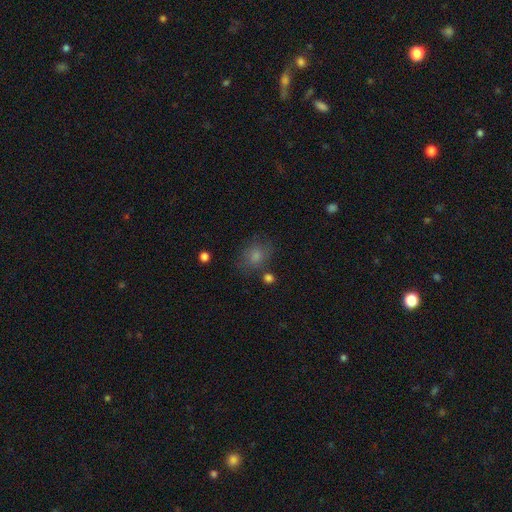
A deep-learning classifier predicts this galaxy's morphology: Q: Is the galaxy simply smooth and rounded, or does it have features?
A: smooth — 62%.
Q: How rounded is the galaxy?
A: round — 57%.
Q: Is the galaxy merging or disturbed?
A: none — 75%.